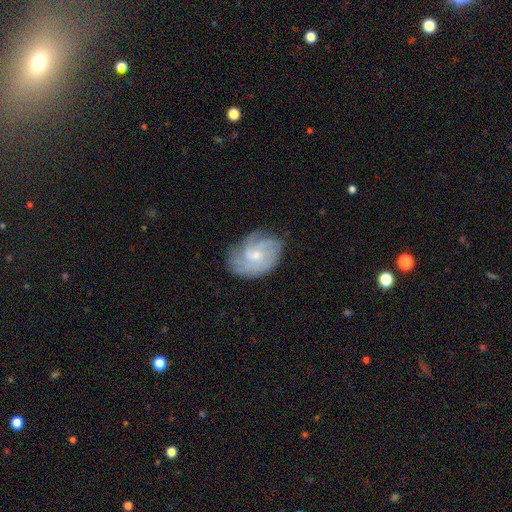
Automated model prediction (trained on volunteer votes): Smooth or featured?
  - featured or disk: 76% *
  - smooth: 17%
  - star or artifact: 7%
Edge-on disk?
  - no: 97% *
  - yes: 3%
Bar?
  - no: 69% *
  - weak: 28%
  - strong: 3%
Spiral arms?
  - yes: 93% *
  - no: 7%
Spiral winding?
  - tight: 52% *
  - medium: 36%
  - loose: 12%
Spiral arm count?
  - can't tell: 34% *
  - 3: 23%
  - 4: 19%
  - 2: 12%
  - more than 4: 6%
  - 1: 6%
Bulge size?
  - small: 63% *
  - moderate: 33%
  - none: 3%
  - large: 1%
  - dominant: 1%
Merging?
  - none: 69% *
  - minor disturbance: 22%
  - major disturbance: 8%
  - merger: 1%